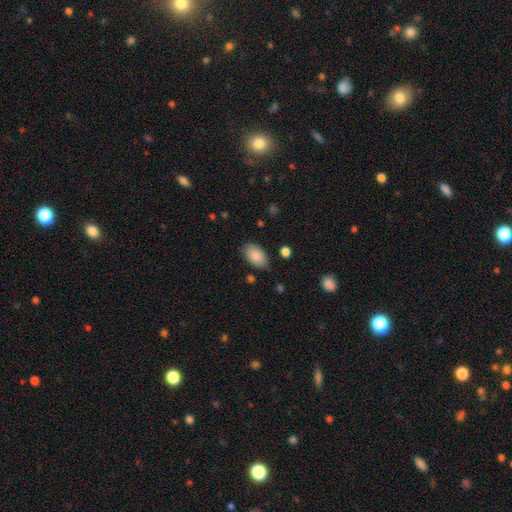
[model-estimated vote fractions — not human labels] Morphology: type=smooth (87%); roundness=in between (93%); merging=none (76%).